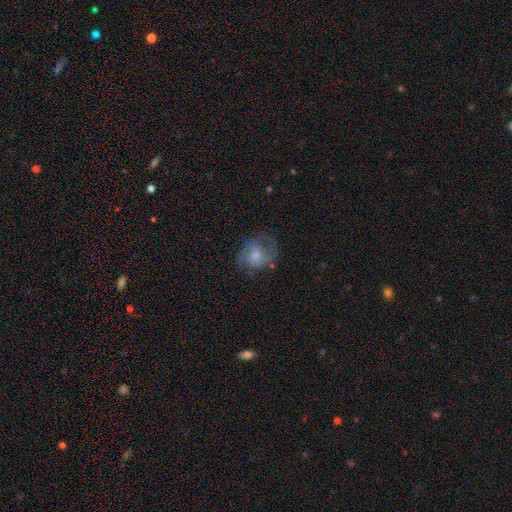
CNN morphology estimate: Overall: featured or disk (46%; smooth 45%). Merging: none (51%; minor disturbance 25%).